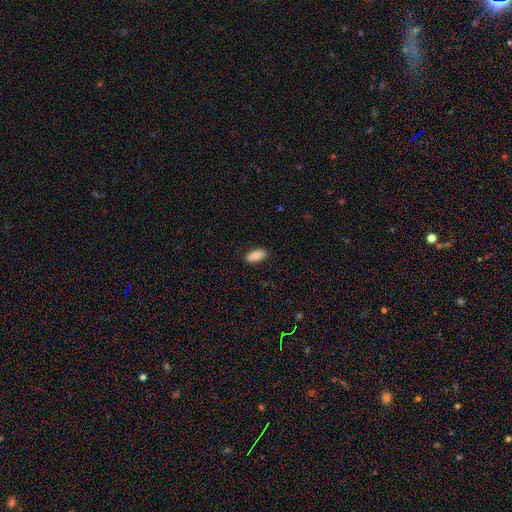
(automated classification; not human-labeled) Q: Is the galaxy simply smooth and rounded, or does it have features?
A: smooth — 81%.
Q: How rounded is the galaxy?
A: in between — 88%.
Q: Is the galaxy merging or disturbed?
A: none — 87%.